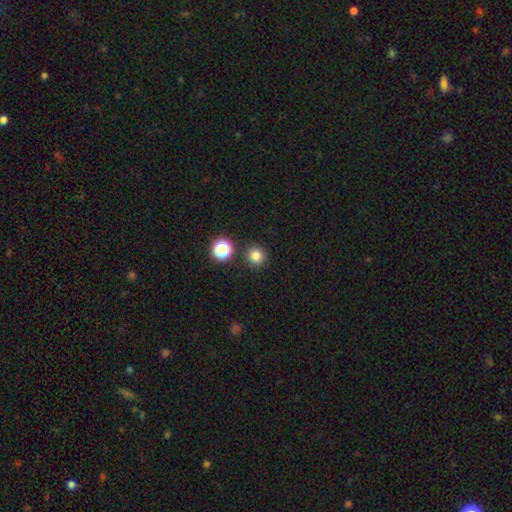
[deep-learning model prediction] Overall: smooth (80%). How rounded: round (94%). Merging: none (88%).